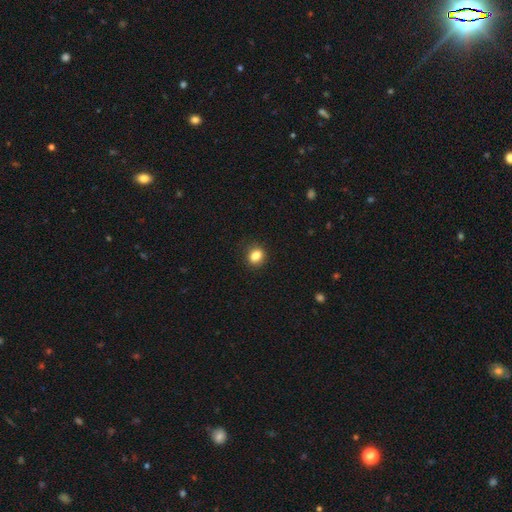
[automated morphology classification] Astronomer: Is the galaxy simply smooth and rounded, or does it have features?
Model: smooth — 84%.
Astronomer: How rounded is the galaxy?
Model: round — 65%.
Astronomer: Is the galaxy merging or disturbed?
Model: none — 89%.